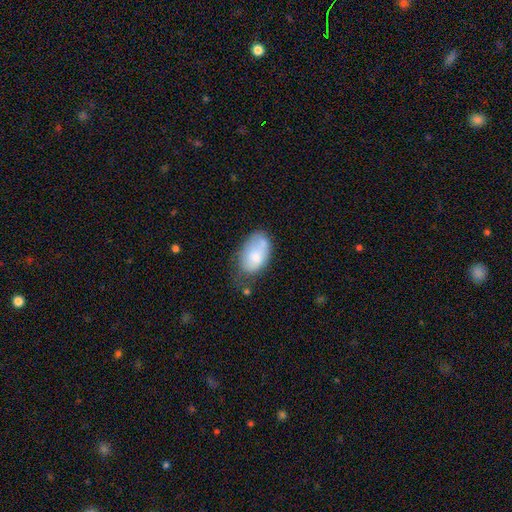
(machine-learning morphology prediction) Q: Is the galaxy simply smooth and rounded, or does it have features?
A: smooth — 70%.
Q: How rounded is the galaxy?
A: in between — 92%.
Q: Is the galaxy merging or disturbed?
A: none — 38%.